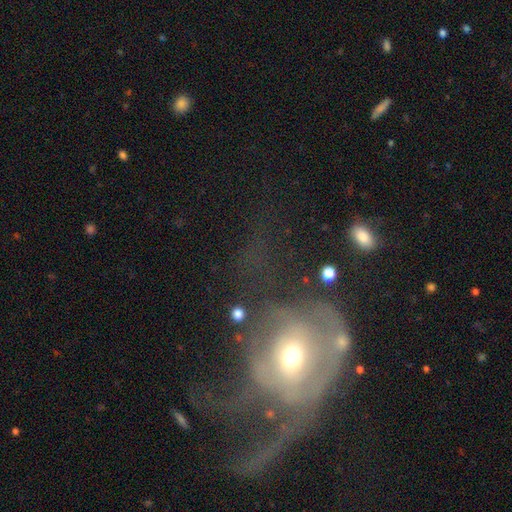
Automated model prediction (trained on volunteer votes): Smooth or featured? Predicted: featured or disk (p=0.65). Edge-on disk? Predicted: no (p=0.95). Bar? Predicted: no (p=0.70). Spiral arms? Predicted: yes (p=0.51). Bulge size? Predicted: moderate (p=0.62). Merging? Predicted: major disturbance (p=0.57).